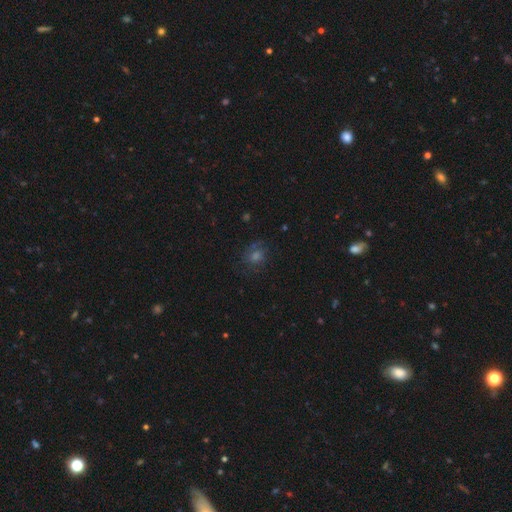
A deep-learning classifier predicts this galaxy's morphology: type=smooth (44%); merging=none (75%).